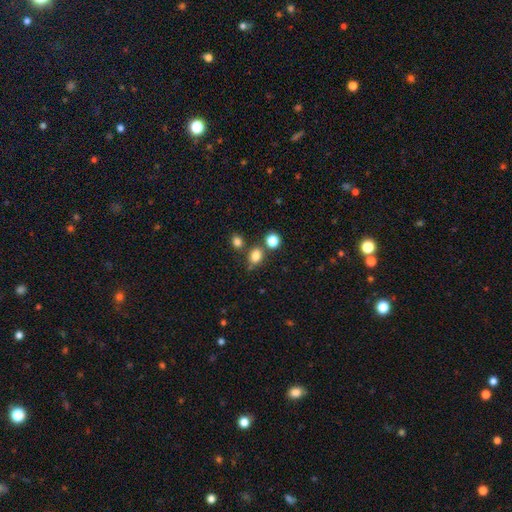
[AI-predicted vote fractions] This appears to be a smooth galaxy with no disk features (81%) that is in between round and cigar-shaped (55%). Merging: none (66%).